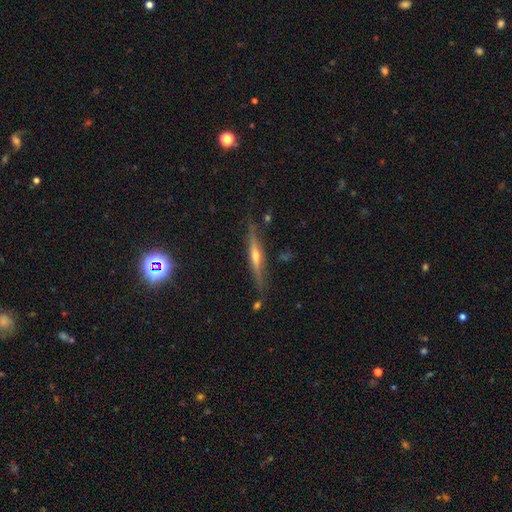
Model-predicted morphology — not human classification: This appears to be a featured or disk galaxy (70%) viewed edge-on (96%) with a rounded central bulge (77%). Merging: none (82%).